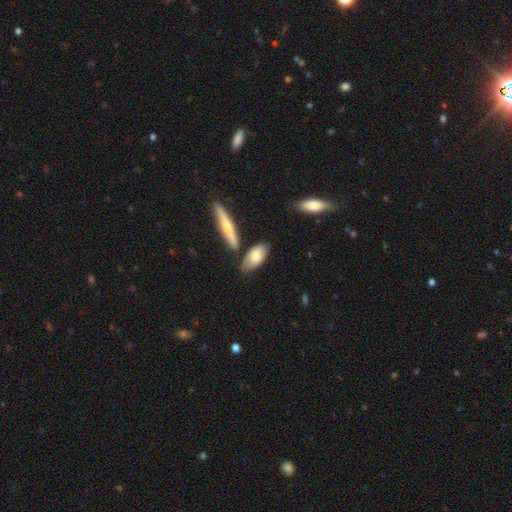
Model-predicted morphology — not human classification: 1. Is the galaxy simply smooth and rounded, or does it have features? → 71% smooth, 24% featured or disk, 5% star or artifact.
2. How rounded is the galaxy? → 84% in between, 13% cigar-shaped, 3% round.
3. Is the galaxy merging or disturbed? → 70% none, 16% minor disturbance, 10% merger, 3% major disturbance.